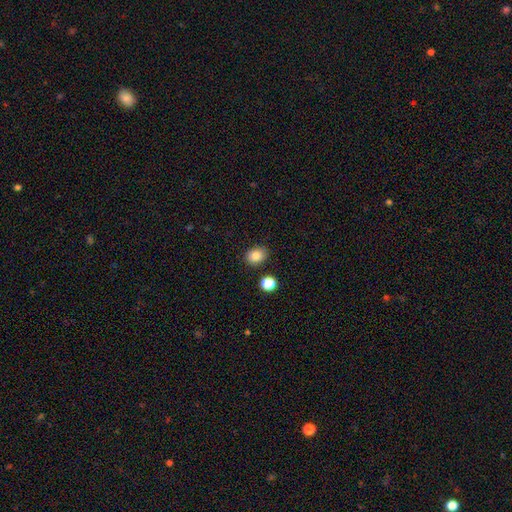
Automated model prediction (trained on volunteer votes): smooth-or-featured: smooth: 85% | star or artifact: 10% | featured or disk: 5%
  how-rounded: in between: 57% | round: 42% | cigar-shaped: 1%
  merging: none: 85% | minor disturbance: 9% | merger: 3% | major disturbance: 2%